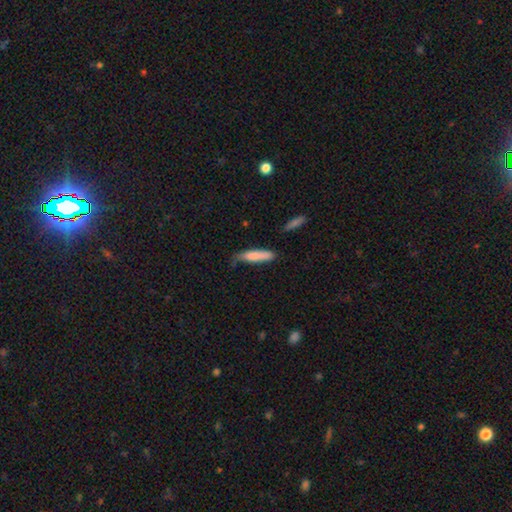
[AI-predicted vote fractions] This is clearly a smooth galaxy (81%). How rounded: likely cigar-shaped (75%). Merging: possibly none (52%).